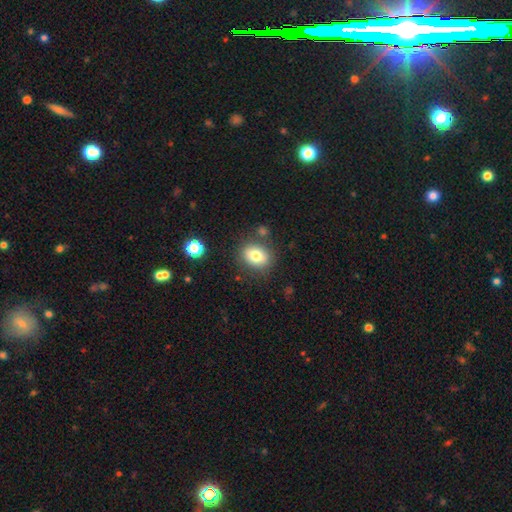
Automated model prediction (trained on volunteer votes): Q: Smooth or featured?
A: smooth (79%); runner-up: featured or disk (11%)
Q: How rounded?
A: round (50%); runner-up: in between (49%)
Q: Merging?
A: none (79%); runner-up: minor disturbance (12%)